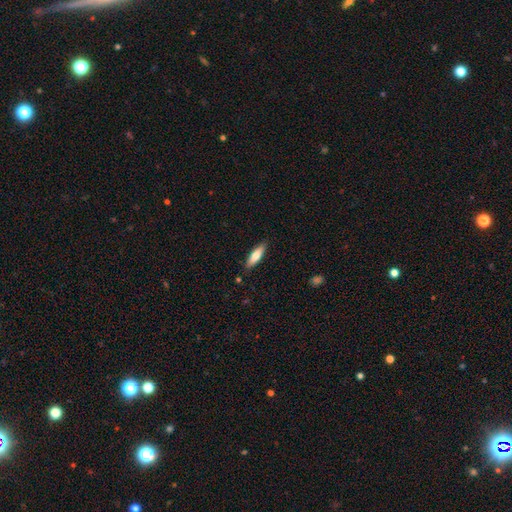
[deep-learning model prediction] A smooth galaxy with no disk features (73%) that is cigar-shaped (53%).

Vote fractions:
- Smooth or featured? smooth: 73% / featured or disk: 22% / star or artifact: 6%
- How rounded? cigar-shaped: 53% / in between: 45% / round: 2%
- Merging? none: 87% / minor disturbance: 10% / major disturbance: 2% / merger: 1%